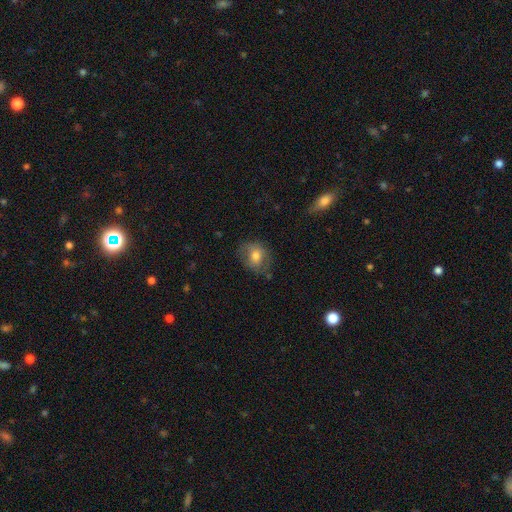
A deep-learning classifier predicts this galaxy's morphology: smooth-or-featured: smooth: 69% | featured or disk: 22% | star or artifact: 9%
  how-rounded: round: 60% | in between: 39% | cigar-shaped: 1%
  merging: none: 65% | minor disturbance: 24% | major disturbance: 10% | merger: 2%